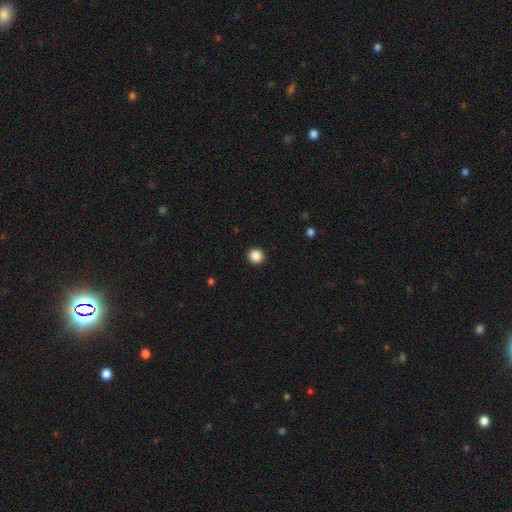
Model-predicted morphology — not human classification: Smooth or featured? smooth (87%)
How rounded? round (95%)
Merging? none (93%)